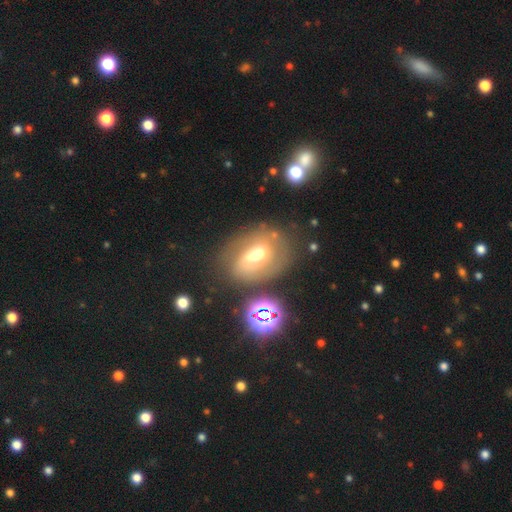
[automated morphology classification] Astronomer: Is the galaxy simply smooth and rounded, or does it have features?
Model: featured or disk — 52% (runner-up: smooth, 34%).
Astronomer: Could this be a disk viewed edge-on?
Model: no — 91%.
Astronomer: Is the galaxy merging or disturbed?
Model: none — 62%.